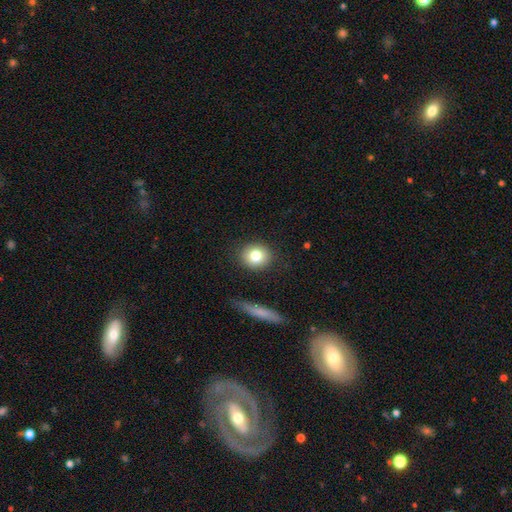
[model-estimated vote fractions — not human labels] A smooth galaxy with no disk features (79%) that is round (83%). Merging: none (87%).